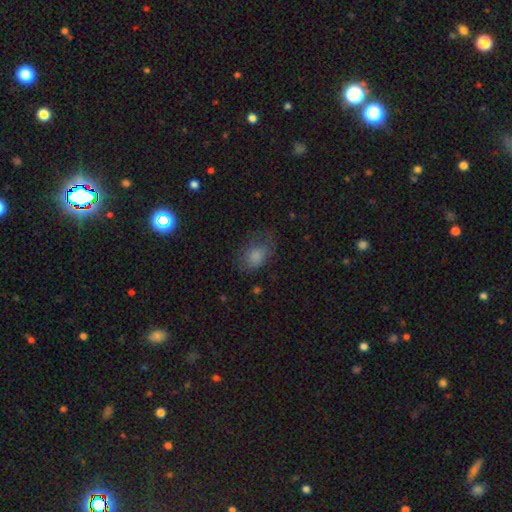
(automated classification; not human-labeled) smooth-or-featured: smooth: 78% | featured or disk: 11% | star or artifact: 11%
  how-rounded: in between: 79% | round: 19% | cigar-shaped: 2%
  merging: none: 48% | minor disturbance: 29% | major disturbance: 21% | merger: 2%